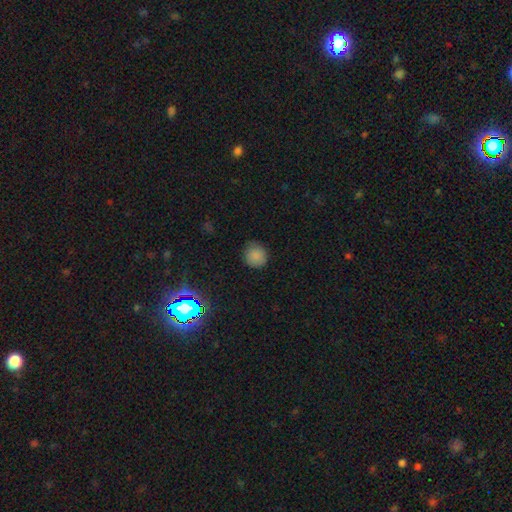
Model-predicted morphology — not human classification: The model was most divided on "merging": none: 80%, minor disturbance: 16%, major disturbance: 3%, merger: 1%. More confident: how rounded — round (89%); smooth or featured — smooth (82%).